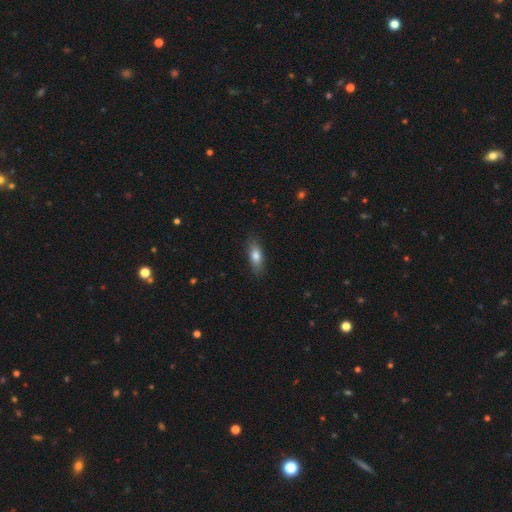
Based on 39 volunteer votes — Smooth or featured? 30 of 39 (77%) said smooth. How rounded? 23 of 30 (77%) said in between. Merging? 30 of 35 (86%) said none.